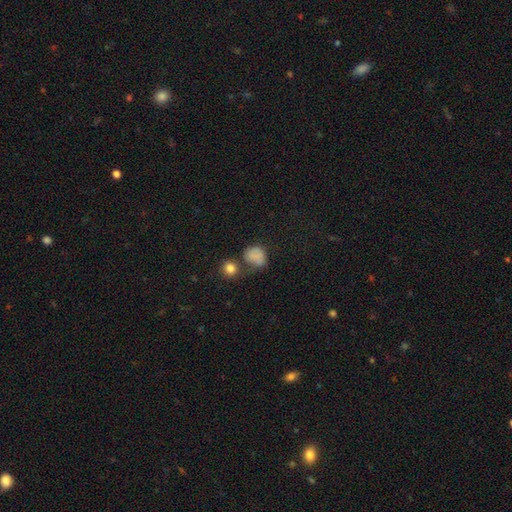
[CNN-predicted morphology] The model was most divided on "merging": none: 43%, minor disturbance: 24%, merger: 18%, major disturbance: 15%. More confident: smooth or featured — smooth (71%); how rounded — round (66%).